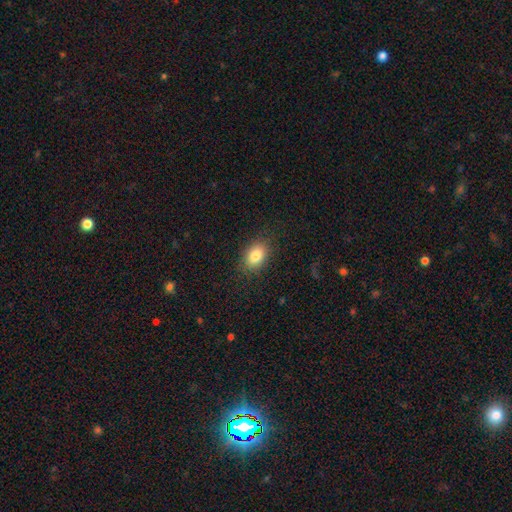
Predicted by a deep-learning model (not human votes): Morphology: type=smooth (84%); roundness=in between (82%); merging=none (86%).